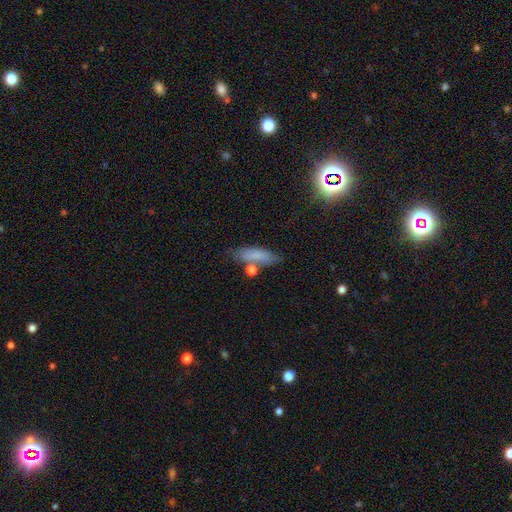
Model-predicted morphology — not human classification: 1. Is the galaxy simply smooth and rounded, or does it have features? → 75% smooth, 14% featured or disk, 11% star or artifact.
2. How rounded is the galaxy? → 49% cigar-shaped, 47% in between, 4% round.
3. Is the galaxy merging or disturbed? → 66% none, 18% minor disturbance, 11% merger, 5% major disturbance.